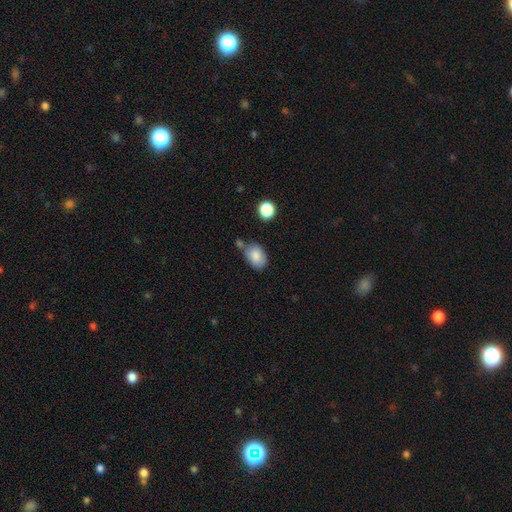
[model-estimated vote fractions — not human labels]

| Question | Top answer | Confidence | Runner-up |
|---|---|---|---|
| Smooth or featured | smooth | 85% | star or artifact (8%) |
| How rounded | in between | 79% | round (20%) |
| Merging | none | 57% | minor disturbance (21%) |